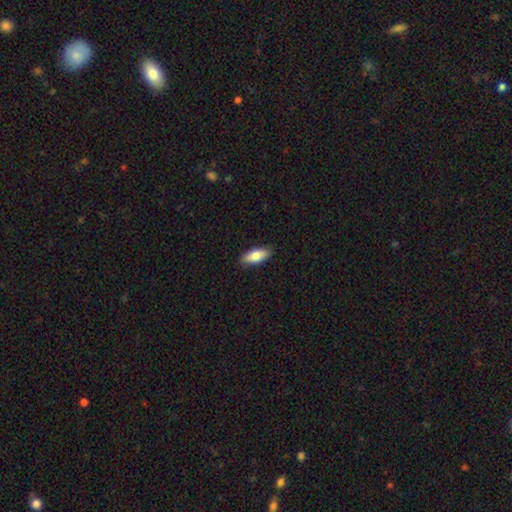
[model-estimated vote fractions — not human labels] Smooth or featured?
  - smooth: 75% *
  - featured or disk: 19%
  - star or artifact: 6%
How rounded?
  - in between: 78% *
  - cigar-shaped: 19%
  - round: 3%
Merging?
  - none: 89% *
  - minor disturbance: 9%
  - major disturbance: 2%
  - merger: 1%